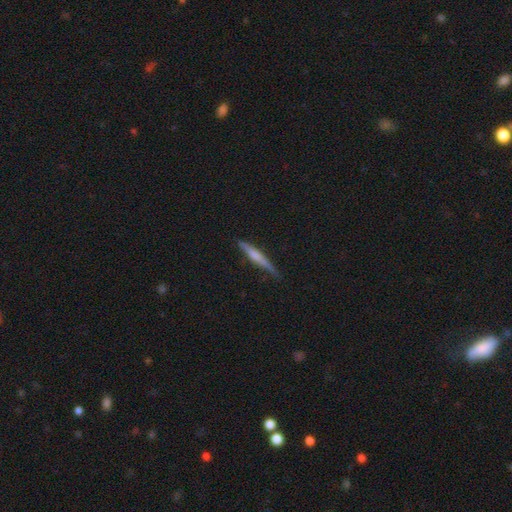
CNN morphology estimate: Q: Smooth or featured?
A: featured or disk (47%); tied with: smooth (47%)
Q: Merging?
A: none (79%); runner-up: minor disturbance (17%)